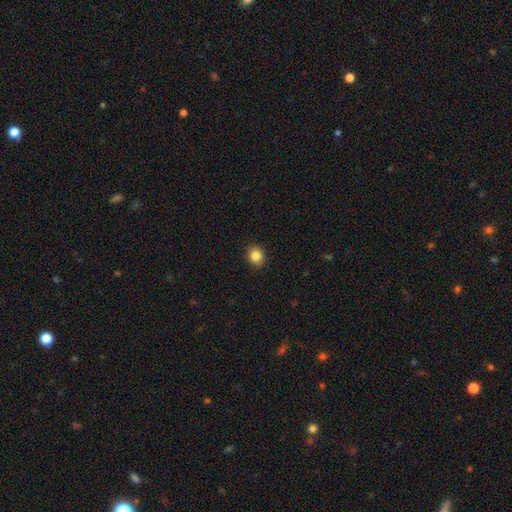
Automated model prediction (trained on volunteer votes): smooth_or_featured: smooth (p=0.85) [alt: star or artifact p=0.10]
how_rounded: round (p=0.59) [alt: in between p=0.40]
merging: none (p=0.89) [alt: minor disturbance p=0.08]